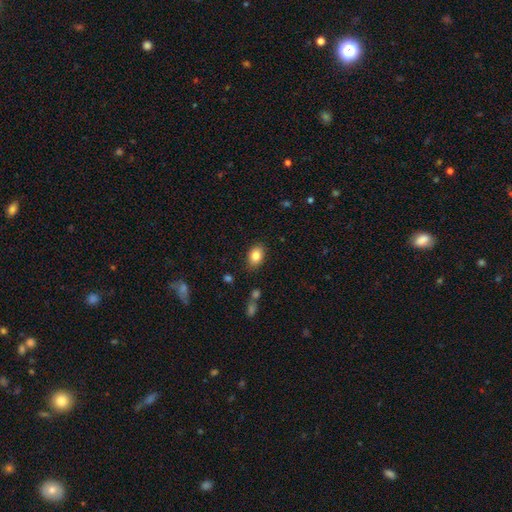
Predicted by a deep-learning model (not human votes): This is clearly a smooth galaxy (84%). How rounded: clearly in between (82%). Merging: clearly none (84%).